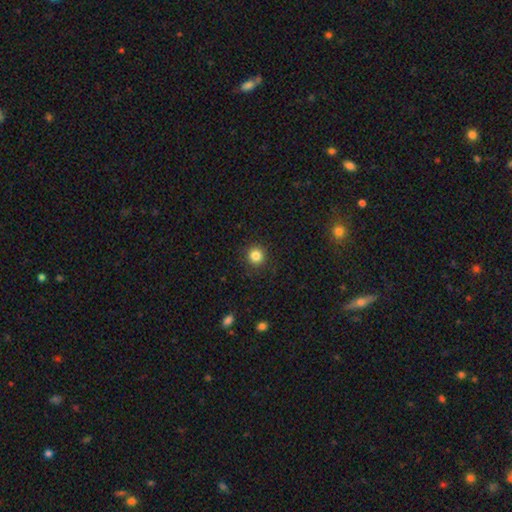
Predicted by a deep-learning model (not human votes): Smooth or featured? smooth (84%)
How rounded? round (94%)
Merging? none (92%)